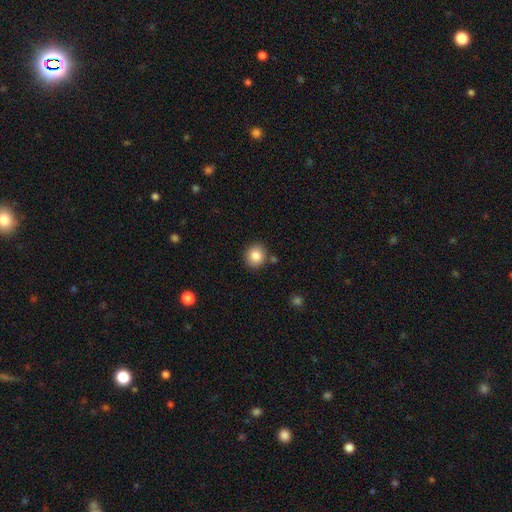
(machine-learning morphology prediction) A smooth galaxy with no disk features (85%) that is round (84%).

Vote fractions:
- Smooth or featured? smooth: 85% / star or artifact: 9% / featured or disk: 6%
- How rounded? round: 84% / in between: 15% / cigar-shaped: 1%
- Merging? none: 85% / minor disturbance: 9% / merger: 4% / major disturbance: 2%